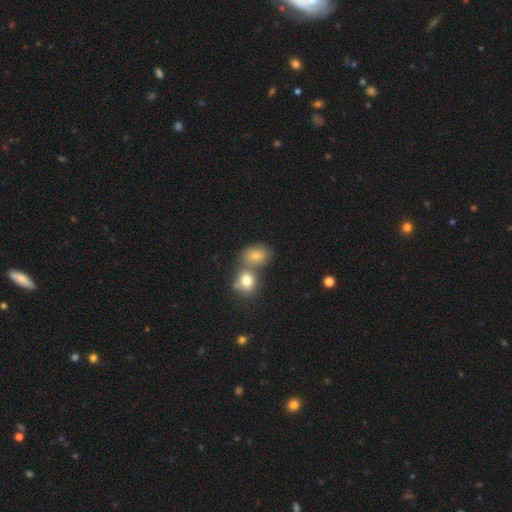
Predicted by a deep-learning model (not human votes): smooth 77%, star or artifact 12%, featured or disk 12%. Down the decision tree: how rounded — in between (53%); merging — merger (46%).